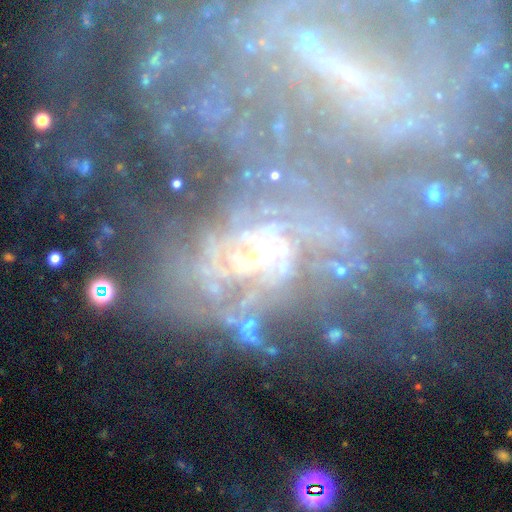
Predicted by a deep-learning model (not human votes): A featured or disk galaxy (75%) with no bar (55%), tight (56%) spiral arms (82%) and a small central bulge (62%). Merging: none (32%, tied with merger).